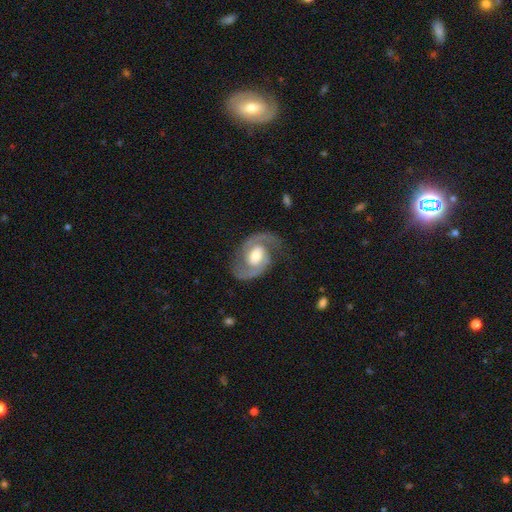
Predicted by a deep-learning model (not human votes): Smooth or featured? featured or disk (90%)
Edge-on disk? no (98%)
Bar? no (46%)
Spiral arms? yes (97%)
Spiral winding? medium (59%)
Spiral arm count? 2 (93%)
Bulge size? moderate (60%)
Merging? none (77%)